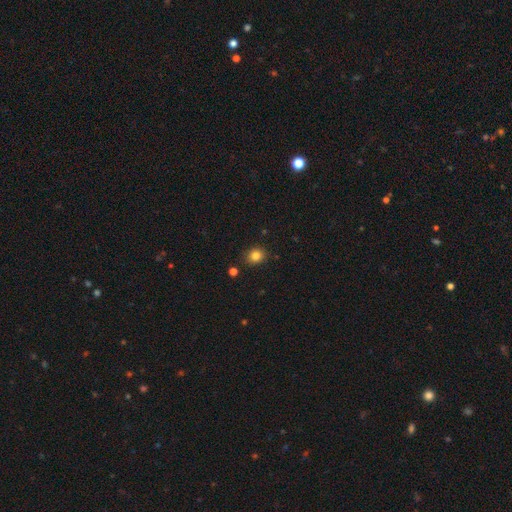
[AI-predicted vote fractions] The model was most divided on "how rounded": round: 70%, in between: 29%, cigar-shaped: 1%. More confident: merging — none (85%); smooth or featured — smooth (82%).